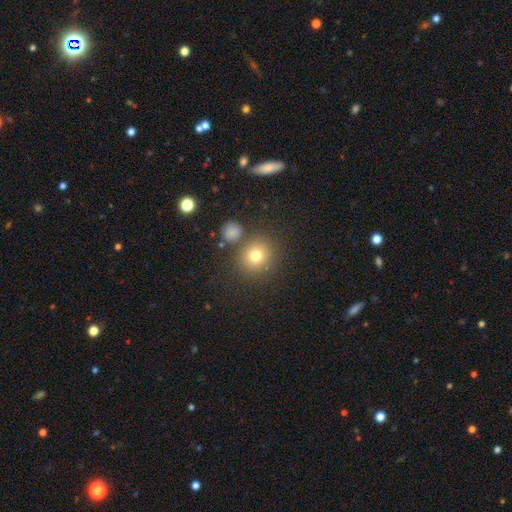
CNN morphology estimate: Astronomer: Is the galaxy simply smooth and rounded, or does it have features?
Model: smooth — 77%.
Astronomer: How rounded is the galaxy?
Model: round — 87%.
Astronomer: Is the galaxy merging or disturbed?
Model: none — 79%.